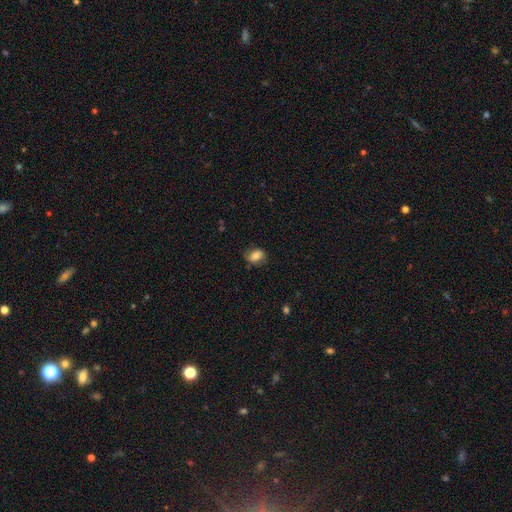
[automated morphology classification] A smooth galaxy with no disk features (76%) that is in between round and cigar-shaped (70%). Merging: none (72%).